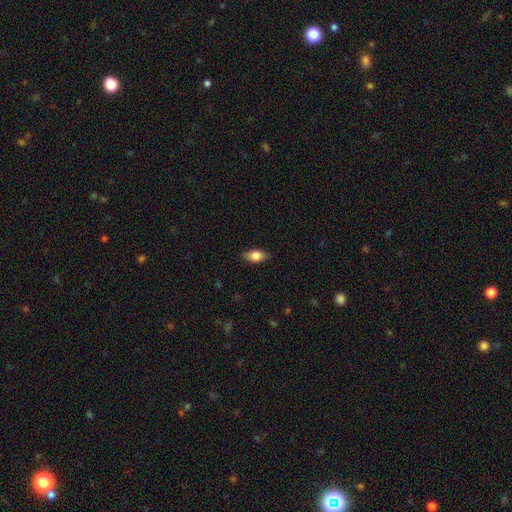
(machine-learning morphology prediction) Overall: smooth (78%). How rounded: in between (86%). Merging: none (84%).